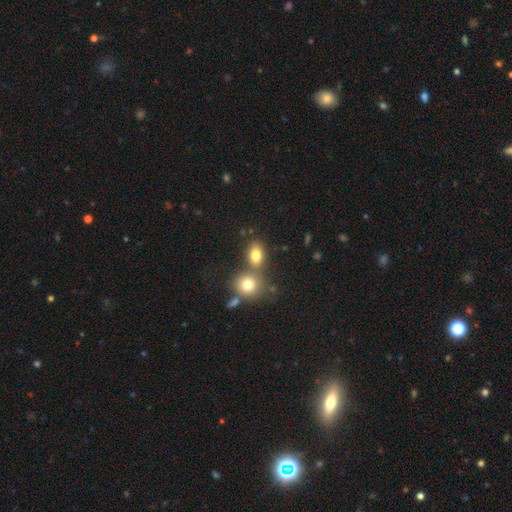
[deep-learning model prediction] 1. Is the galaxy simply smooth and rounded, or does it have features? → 78% smooth, 11% star or artifact, 11% featured or disk.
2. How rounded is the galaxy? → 68% in between, 30% round, 2% cigar-shaped.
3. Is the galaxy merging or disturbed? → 52% none, 35% merger, 10% minor disturbance, 4% major disturbance.